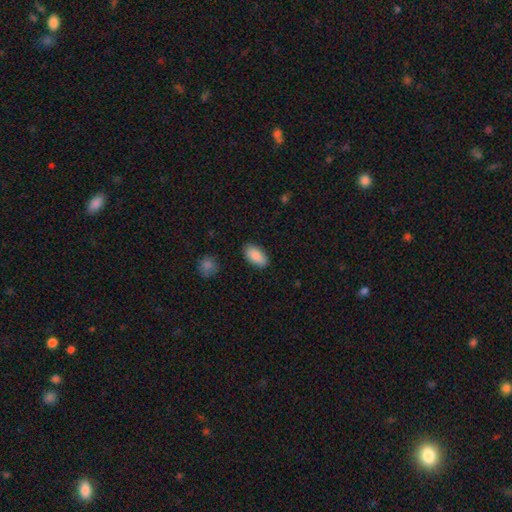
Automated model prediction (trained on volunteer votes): Morphology: type=smooth (89%); roundness=in between (93%); merging=none (87%).